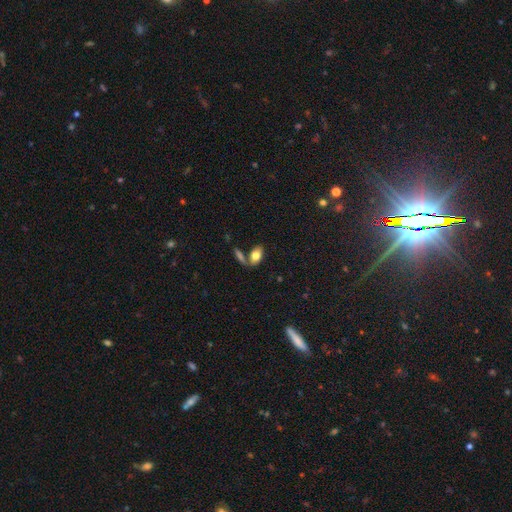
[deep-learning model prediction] This appears to be a smooth galaxy with no disk features (77%) that is in between round and cigar-shaped (90%). Merging: none (54%).